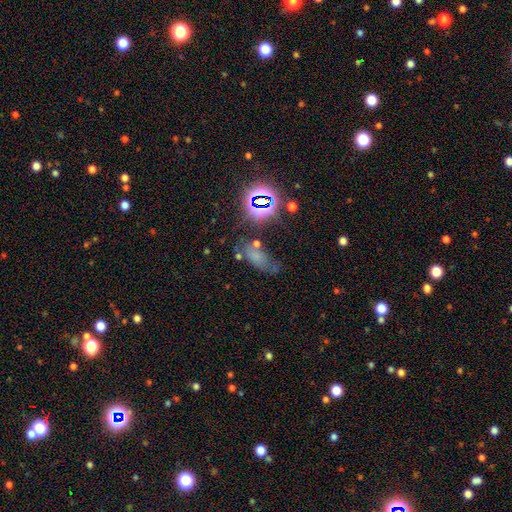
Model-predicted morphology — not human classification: The model was most divided on "smooth or featured": smooth: 46%, star or artifact: 35%, featured or disk: 19%. More confident: merging — none (50%).